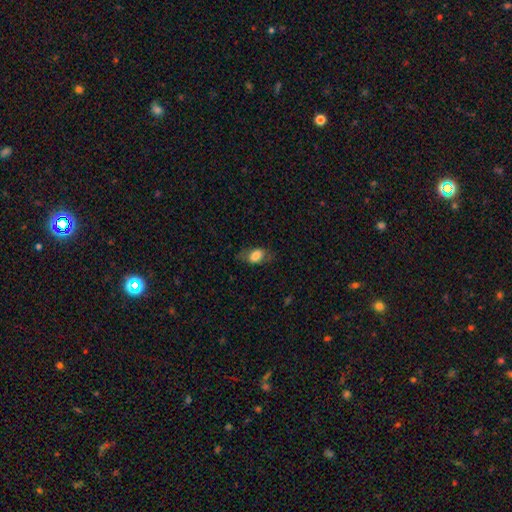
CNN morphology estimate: Smooth or featured: smooth — 75% (featured or disk — 17%)
How rounded: in between — 86% (round — 11%)
Merging: none — 66% (minor disturbance — 22%)